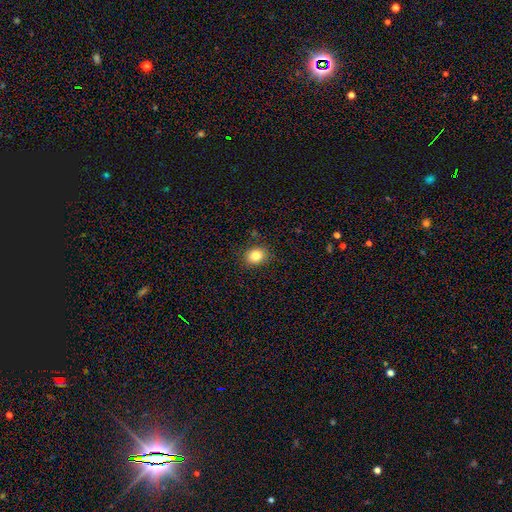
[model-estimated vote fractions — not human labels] Q: Smooth or featured?
A: smooth (84%); runner-up: star or artifact (11%)
Q: How rounded?
A: round (59%); runner-up: in between (40%)
Q: Merging?
A: none (87%); runner-up: minor disturbance (9%)